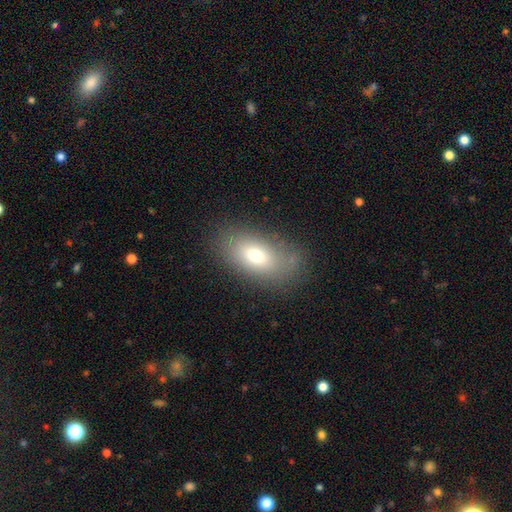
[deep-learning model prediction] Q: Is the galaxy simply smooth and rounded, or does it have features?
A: smooth — 71%.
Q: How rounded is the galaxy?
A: in between — 89%.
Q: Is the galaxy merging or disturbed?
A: none — 79%.